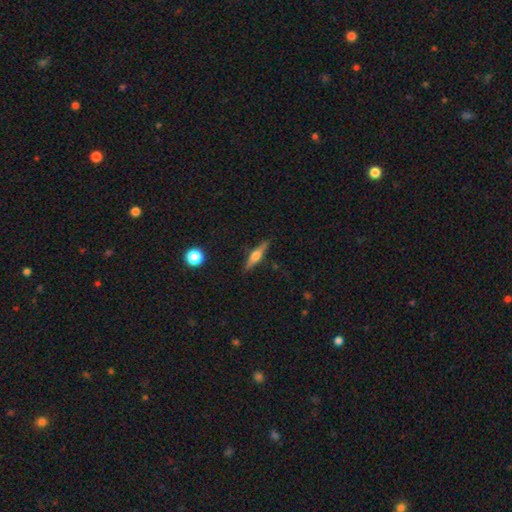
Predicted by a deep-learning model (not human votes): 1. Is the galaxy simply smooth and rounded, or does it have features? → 64% featured or disk, 29% smooth, 7% star or artifact.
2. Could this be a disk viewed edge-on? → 97% yes, 3% no.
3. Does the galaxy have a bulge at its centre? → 90% rounded, 7% boxy, 3% none.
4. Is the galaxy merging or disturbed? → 88% none, 8% minor disturbance, 2% major disturbance, 1% merger.